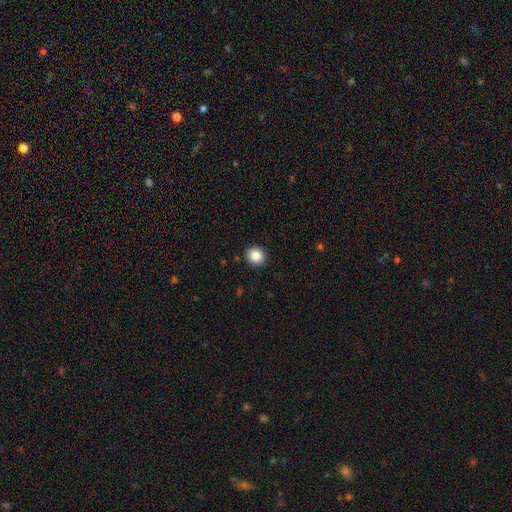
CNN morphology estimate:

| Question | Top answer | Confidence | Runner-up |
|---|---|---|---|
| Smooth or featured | smooth | 86% | star or artifact (9%) |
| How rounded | round | 81% | in between (18%) |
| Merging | none | 91% | minor disturbance (6%) |